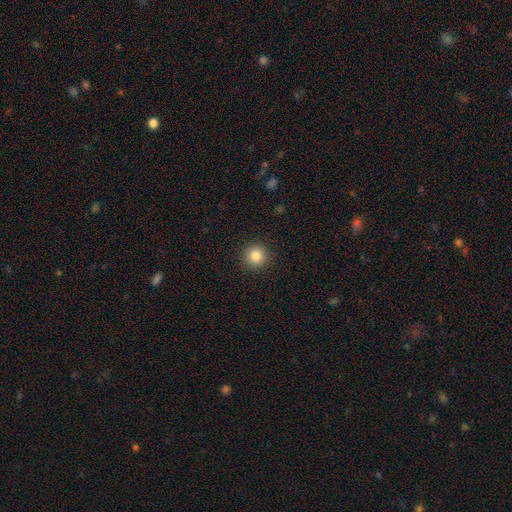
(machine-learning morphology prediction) Smooth or featured?
  - smooth: 84% *
  - star or artifact: 11%
  - featured or disk: 5%
How rounded?
  - round: 94% *
  - in between: 5%
  - cigar-shaped: 1%
Merging?
  - none: 92% *
  - minor disturbance: 5%
  - major disturbance: 2%
  - merger: 1%